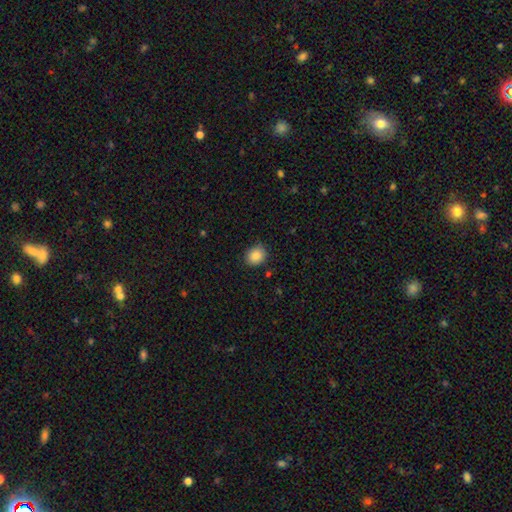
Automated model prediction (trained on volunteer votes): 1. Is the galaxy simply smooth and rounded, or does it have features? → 86% smooth, 9% star or artifact, 5% featured or disk.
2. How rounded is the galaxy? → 71% round, 28% in between, 1% cigar-shaped.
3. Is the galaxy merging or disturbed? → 85% none, 11% minor disturbance, 2% major disturbance, 1% merger.